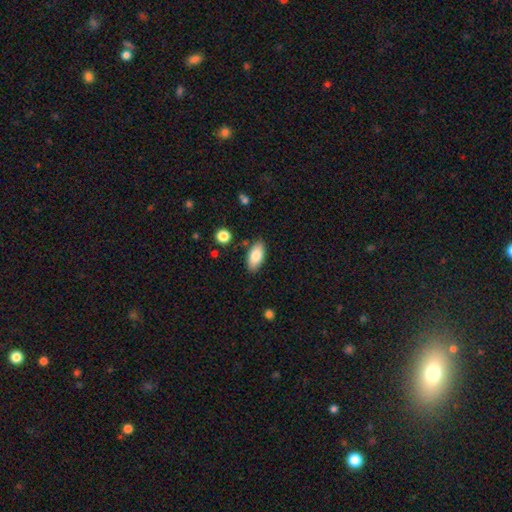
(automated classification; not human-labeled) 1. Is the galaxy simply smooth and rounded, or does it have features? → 81% smooth, 12% featured or disk, 7% star or artifact.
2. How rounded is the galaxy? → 91% in between, 7% cigar-shaped, 3% round.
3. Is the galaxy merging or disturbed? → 84% none, 11% minor disturbance, 3% merger, 2% major disturbance.